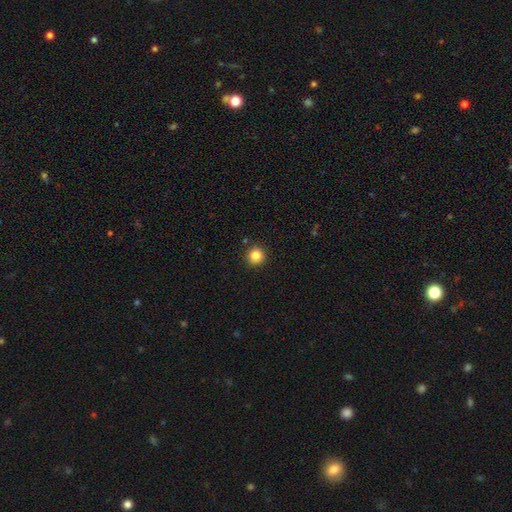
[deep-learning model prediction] This is clearly a smooth galaxy (85%). How rounded: clearly round (96%). Merging: clearly none (92%).